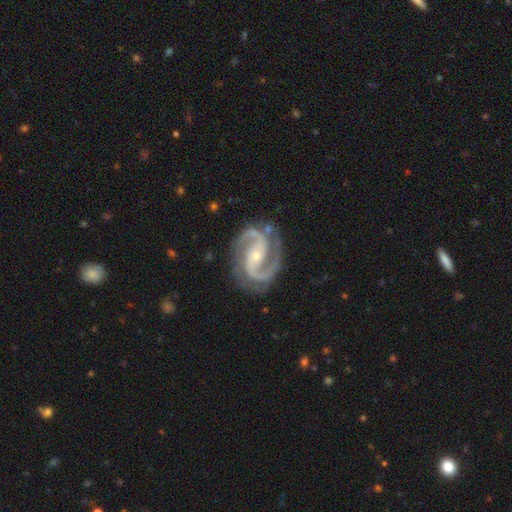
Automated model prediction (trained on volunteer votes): This appears to be a featured or disk galaxy (94%) with no bar (42%), 2 (93%) medium (62%) spiral arms (99%) and a small central bulge (69%). Merging: none (81%).